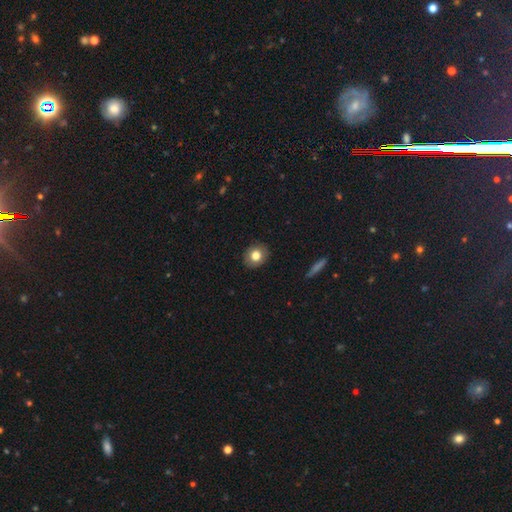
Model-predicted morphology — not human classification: Q: Smooth or featured?
A: smooth (78%); runner-up: featured or disk (12%)
Q: How rounded?
A: round (74%); runner-up: in between (25%)
Q: Merging?
A: none (88%); runner-up: minor disturbance (9%)